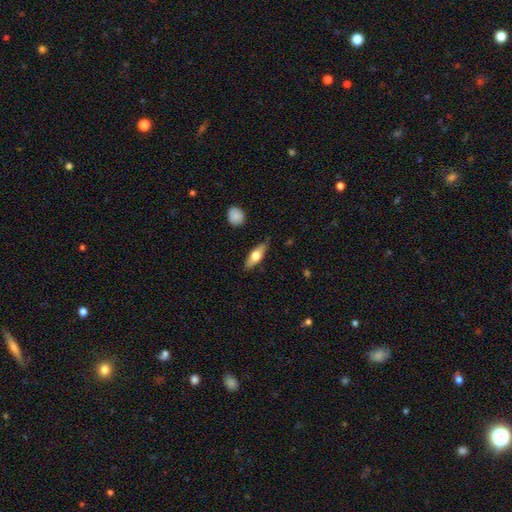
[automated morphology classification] smooth 59%, featured or disk 35%, star or artifact 6%. Down the decision tree: how rounded — in between (58%); merging — none (82%).